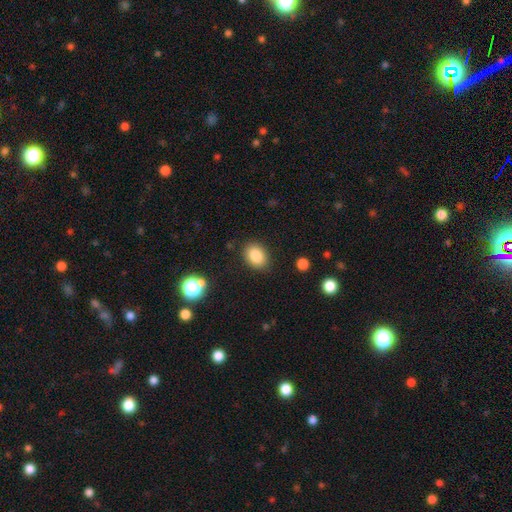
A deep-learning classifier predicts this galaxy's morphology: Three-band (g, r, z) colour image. It shows a smooth galaxy with no disk features (84%) that is in between round and cigar-shaped (66%). Merging: none (86%).